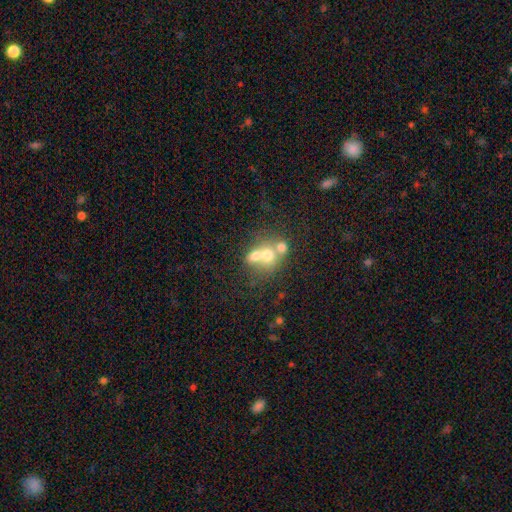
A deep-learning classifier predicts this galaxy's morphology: The model was most divided on "how rounded": round: 61%, in between: 38%, cigar-shaped: 1%. More confident: merging — merger (66%); smooth or featured — smooth (60%).